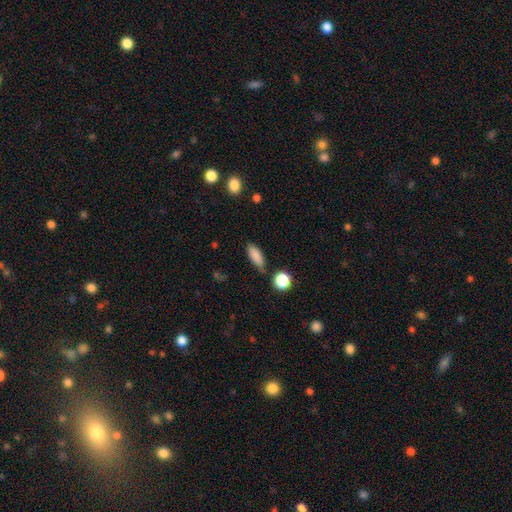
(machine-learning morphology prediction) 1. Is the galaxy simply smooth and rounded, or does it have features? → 85% smooth, 9% star or artifact, 6% featured or disk.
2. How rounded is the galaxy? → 73% in between, 22% cigar-shaped, 5% round.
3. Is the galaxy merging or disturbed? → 71% none, 19% minor disturbance, 6% merger, 4% major disturbance.